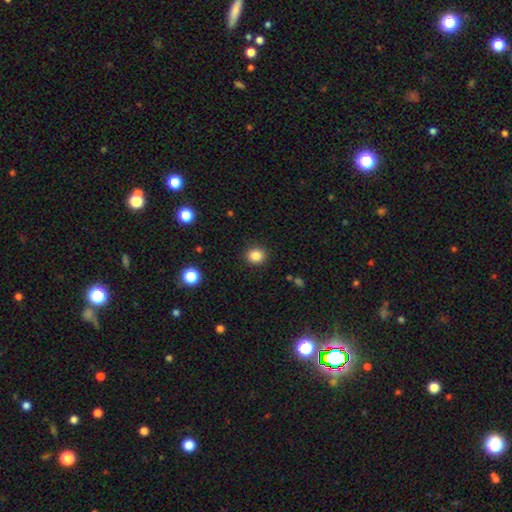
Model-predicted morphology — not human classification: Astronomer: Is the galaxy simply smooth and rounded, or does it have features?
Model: smooth — 85%.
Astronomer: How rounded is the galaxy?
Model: round — 85%.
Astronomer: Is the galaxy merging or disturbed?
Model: none — 91%.